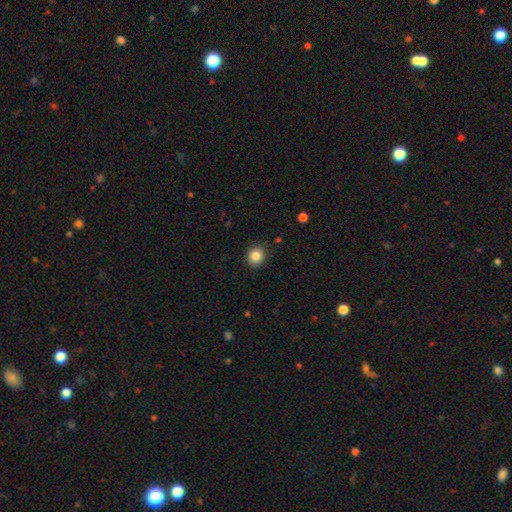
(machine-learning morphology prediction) Overall: smooth (85%). How rounded: round (75%). Merging: none (87%).